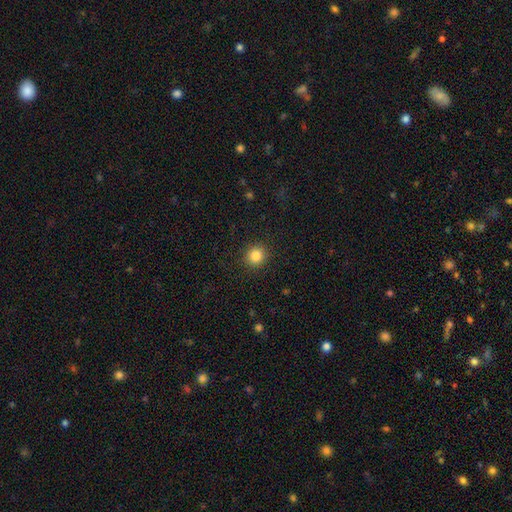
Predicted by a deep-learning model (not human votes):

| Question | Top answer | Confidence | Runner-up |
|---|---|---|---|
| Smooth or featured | smooth | 85% | star or artifact (11%) |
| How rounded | round | 90% | in between (9%) |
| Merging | none | 91% | minor disturbance (6%) |